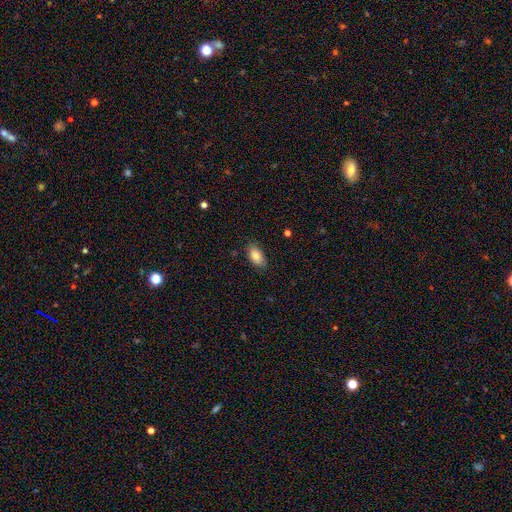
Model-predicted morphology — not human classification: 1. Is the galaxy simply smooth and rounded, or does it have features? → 83% smooth, 9% featured or disk, 7% star or artifact.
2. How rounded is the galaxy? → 92% in between, 5% round, 2% cigar-shaped.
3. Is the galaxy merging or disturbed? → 80% none, 16% minor disturbance, 3% major disturbance, 1% merger.